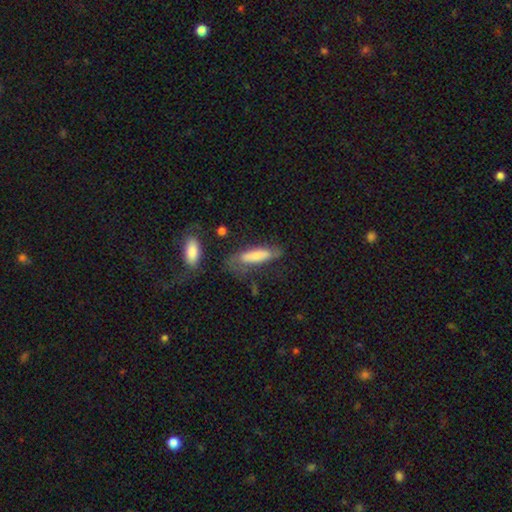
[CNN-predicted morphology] Smooth or featured? smooth (66%)
How rounded? cigar-shaped (57%)
Merging? none (51%)